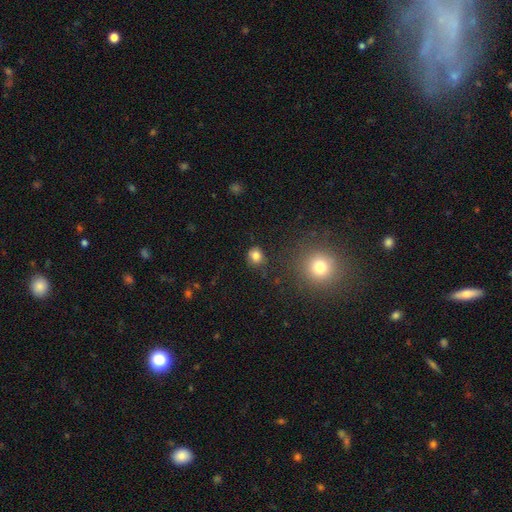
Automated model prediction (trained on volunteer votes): This appears to be a smooth galaxy with no disk features (82%) that is round (76%). Merging: none (81%).